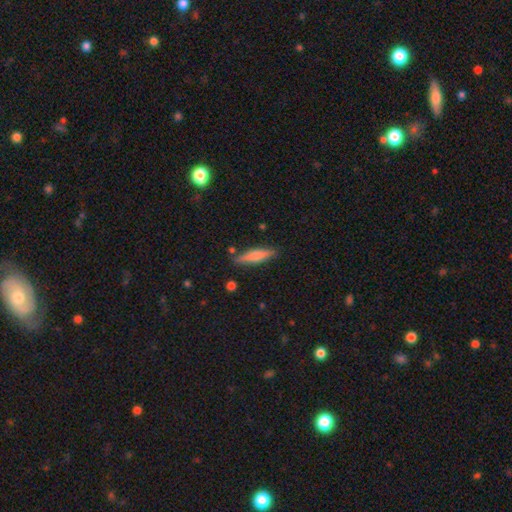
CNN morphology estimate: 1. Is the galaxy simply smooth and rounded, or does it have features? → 66% smooth, 28% featured or disk, 7% star or artifact.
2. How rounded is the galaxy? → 77% cigar-shaped, 21% in between, 2% round.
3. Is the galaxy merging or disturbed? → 82% none, 12% minor disturbance, 3% merger, 3% major disturbance.